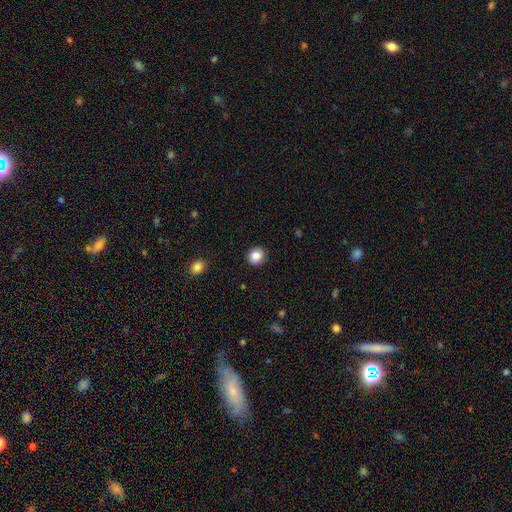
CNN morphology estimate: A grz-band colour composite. It shows a smooth galaxy with no disk features (86%) that is round (78%). Merging: none (90%).